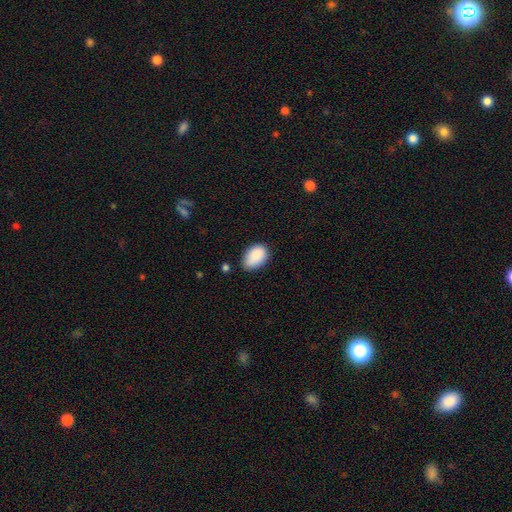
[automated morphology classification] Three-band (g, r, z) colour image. It shows a smooth galaxy with no disk features (89%) that is in between round and cigar-shaped (88%). Merging: none (71%).